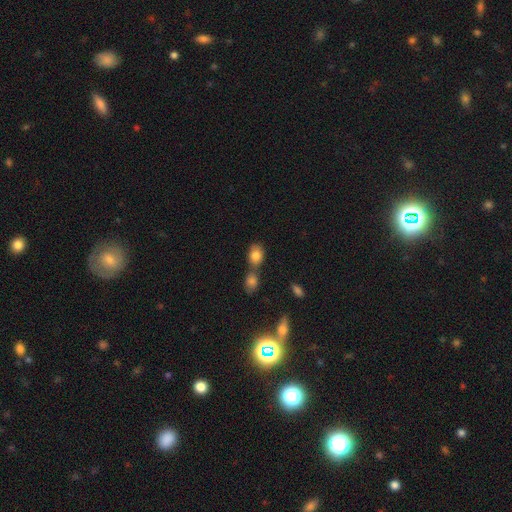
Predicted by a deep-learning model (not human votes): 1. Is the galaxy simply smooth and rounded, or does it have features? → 82% smooth, 9% star or artifact, 8% featured or disk.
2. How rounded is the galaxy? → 64% in between, 34% round, 2% cigar-shaped.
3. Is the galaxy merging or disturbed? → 46% merger, 40% none, 10% minor disturbance, 4% major disturbance.